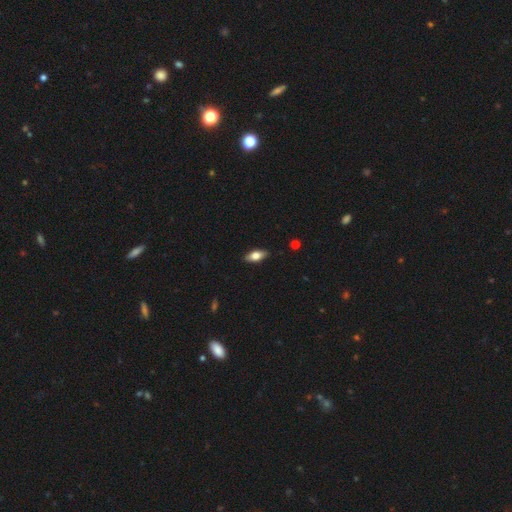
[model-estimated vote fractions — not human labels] Q: Smooth or featured?
A: smooth (70%); runner-up: featured or disk (24%)
Q: How rounded?
A: in between (82%); runner-up: cigar-shaped (15%)
Q: Merging?
A: none (88%); runner-up: minor disturbance (9%)